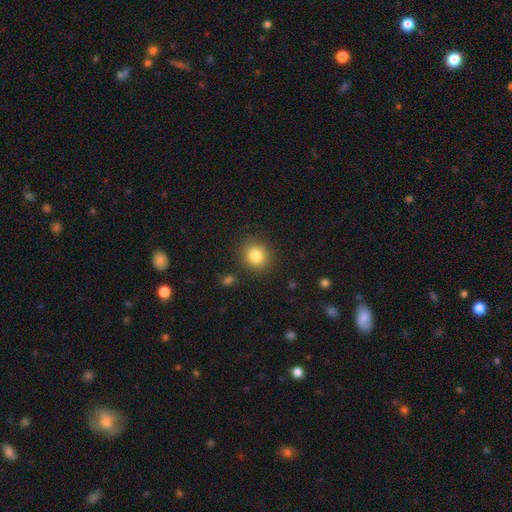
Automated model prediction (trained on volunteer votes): Q: Smooth or featured?
A: smooth (83%); runner-up: star or artifact (11%)
Q: How rounded?
A: round (81%); runner-up: in between (18%)
Q: Merging?
A: none (87%); runner-up: minor disturbance (8%)